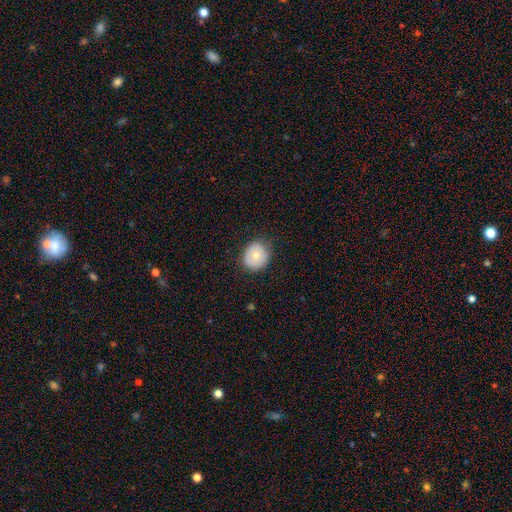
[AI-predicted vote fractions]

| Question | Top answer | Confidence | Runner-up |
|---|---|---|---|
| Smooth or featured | smooth | 67% | featured or disk (25%) |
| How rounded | round | 80% | in between (19%) |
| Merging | none | 83% | minor disturbance (13%) |